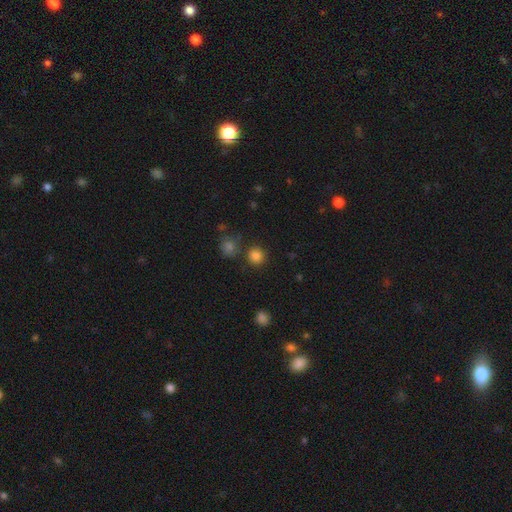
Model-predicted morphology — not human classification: smooth 83%, star or artifact 12%, featured or disk 4%. Down the decision tree: how rounded — round (92%); merging — none (83%).